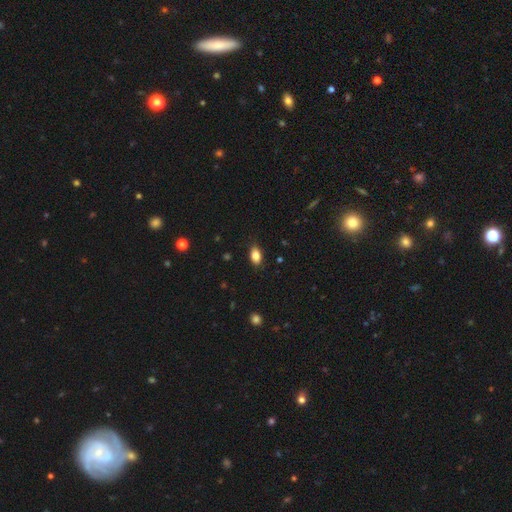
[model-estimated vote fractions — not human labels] Smooth or featured?
  - smooth: 85% *
  - star or artifact: 9%
  - featured or disk: 7%
How rounded?
  - in between: 89% *
  - round: 8%
  - cigar-shaped: 4%
Merging?
  - none: 83% *
  - minor disturbance: 13%
  - major disturbance: 3%
  - merger: 1%